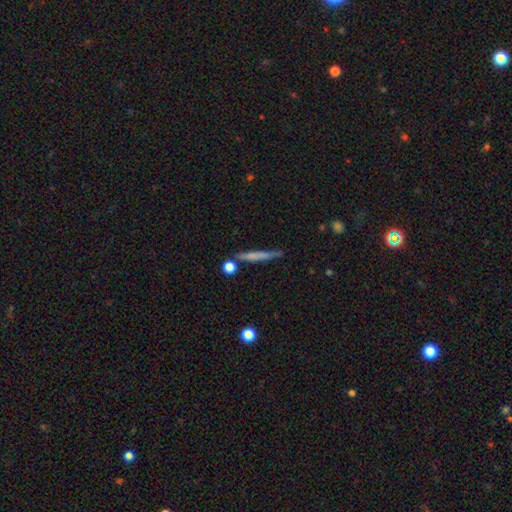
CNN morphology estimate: This appears to be a smooth galaxy with no disk features (57%) that is cigar-shaped (94%). Merging: none (77%).